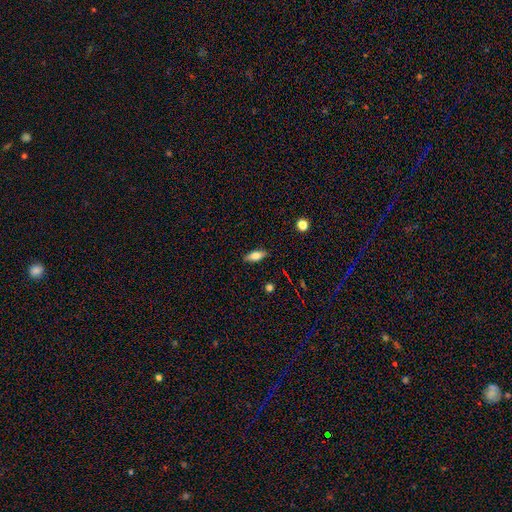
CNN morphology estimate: Smooth or featured?
  - smooth: 71% *
  - featured or disk: 21%
  - star or artifact: 8%
How rounded?
  - in between: 76% *
  - cigar-shaped: 20%
  - round: 3%
Merging?
  - none: 87% *
  - minor disturbance: 10%
  - major disturbance: 2%
  - merger: 1%